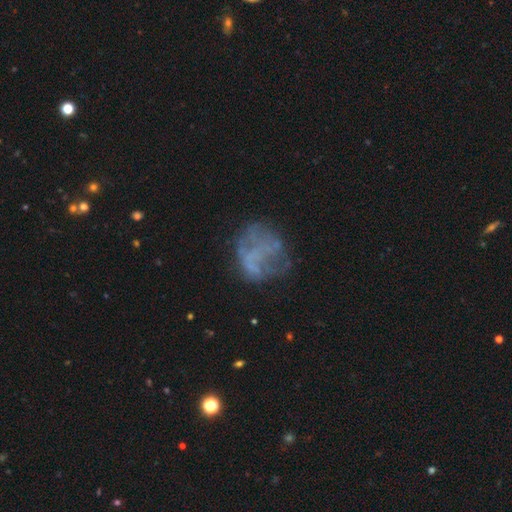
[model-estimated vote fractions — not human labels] This appears to be a featured or disk galaxy (52%) with no bar (88%), no spiral arms (83%) and no central bulge (84%). Merging: none (52%).